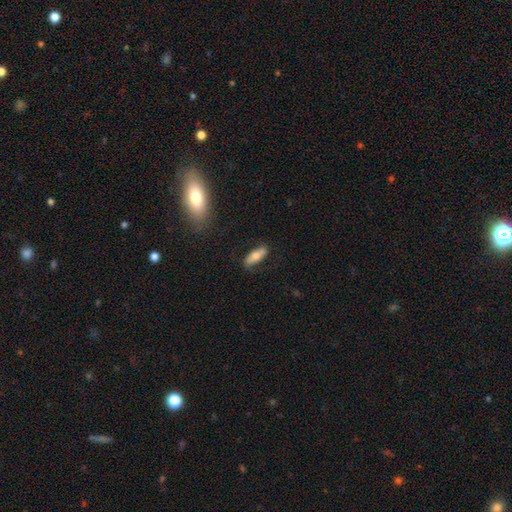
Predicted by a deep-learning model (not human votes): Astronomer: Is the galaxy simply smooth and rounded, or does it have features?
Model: smooth — 67%.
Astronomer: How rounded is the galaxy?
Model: in between — 63%.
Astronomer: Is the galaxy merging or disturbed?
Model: none — 78%.